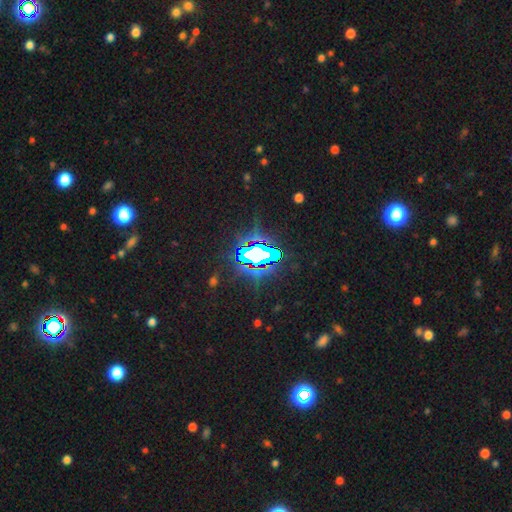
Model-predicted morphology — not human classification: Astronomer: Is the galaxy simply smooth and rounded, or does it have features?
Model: star or artifact — 73%.